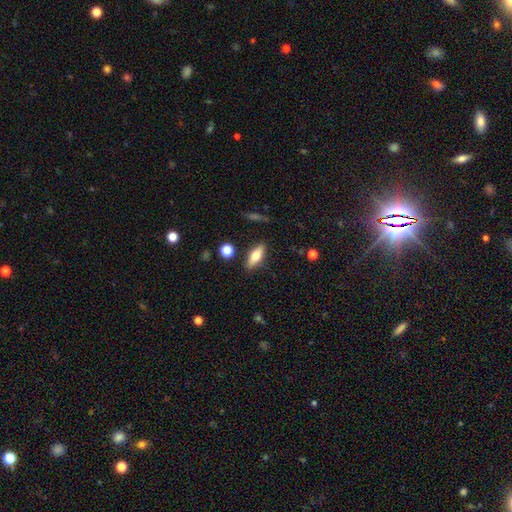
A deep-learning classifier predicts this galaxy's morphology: Q: Smooth or featured?
A: smooth (57%); runner-up: featured or disk (36%)
Q: How rounded?
A: in between (61%); runner-up: cigar-shaped (36%)
Q: Merging?
A: none (85%); runner-up: minor disturbance (10%)